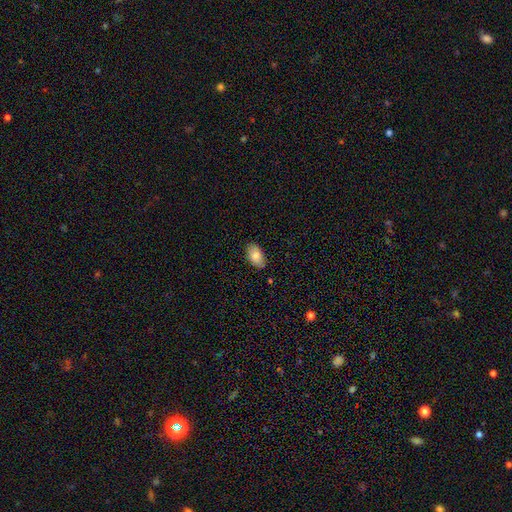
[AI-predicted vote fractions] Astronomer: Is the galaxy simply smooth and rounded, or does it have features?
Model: smooth — 83%.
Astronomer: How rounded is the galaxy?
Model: in between — 94%.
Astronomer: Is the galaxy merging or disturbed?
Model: none — 84%.